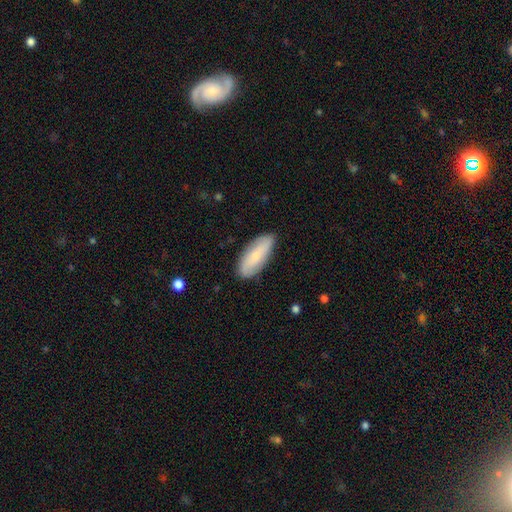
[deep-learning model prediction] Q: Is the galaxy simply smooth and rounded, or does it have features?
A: smooth — 65%.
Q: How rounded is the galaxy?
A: in between — 77%.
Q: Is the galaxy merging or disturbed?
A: none — 86%.